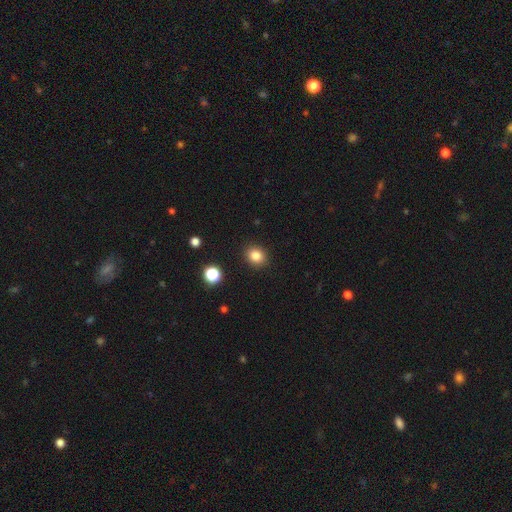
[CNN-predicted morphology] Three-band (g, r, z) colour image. It shows a smooth galaxy with no disk features (83%) that is round (73%). Merging: none (90%).